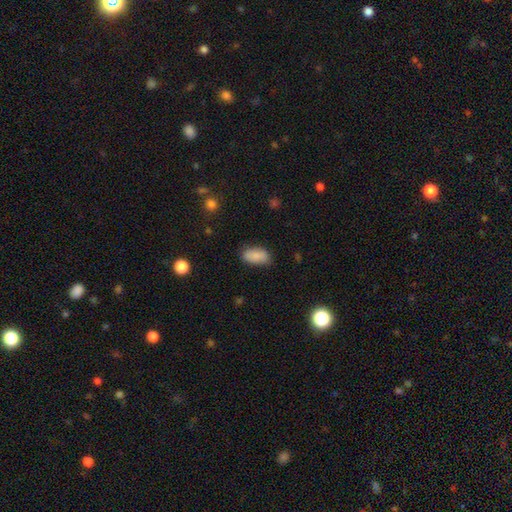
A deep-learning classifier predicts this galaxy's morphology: The model was most divided on "merging": none: 75%, minor disturbance: 19%, major disturbance: 4%, merger: 2%. More confident: how rounded — in between (92%); smooth or featured — smooth (84%).